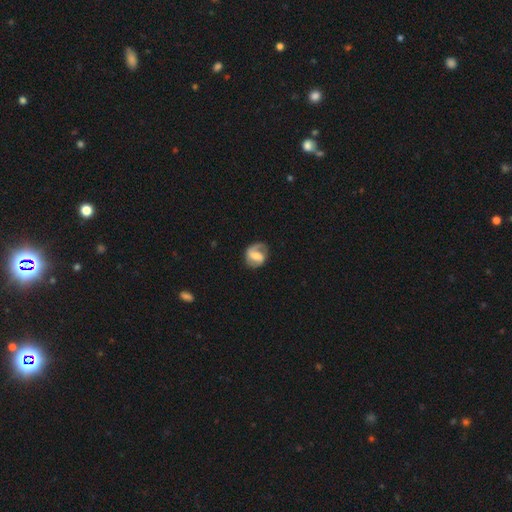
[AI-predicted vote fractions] A featured or disk galaxy (66%) with a weak bar (46%), 2 (65%) medium (44%) spiral arms (87%) and a moderate central bulge (47%).

Vote fractions:
- Smooth or featured? featured or disk: 66% / smooth: 28% / star or artifact: 6%
- Edge-on disk? no: 97% / yes: 3%
- Bar? weak: 46% / strong: 33% / no: 21%
- Spiral arms? yes: 87% / no: 13%
- Spiral winding? medium: 44% / tight: 29% / loose: 27%
- Spiral arm count? 2: 65% / 1: 25% / can't tell: 7% / 3: 1% / 4: 1% / more than 4: 1%
- Bulge size? moderate: 47% / small: 28% / large: 15% / none: 9% / dominant: 2%
- Merging? none: 68% / minor disturbance: 20% / major disturbance: 10% / merger: 2%